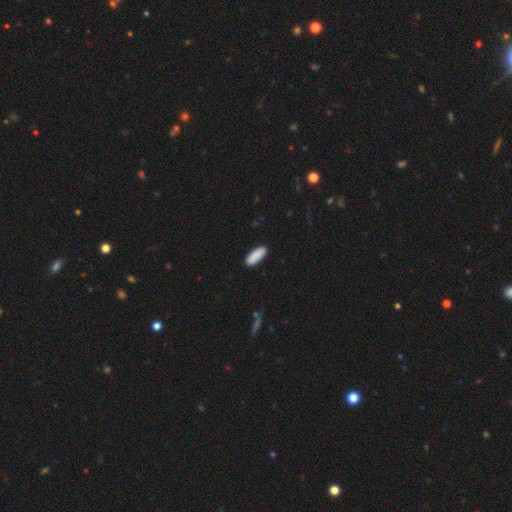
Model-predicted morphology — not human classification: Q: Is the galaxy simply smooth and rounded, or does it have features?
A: smooth — 90%.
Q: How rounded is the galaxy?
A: in between — 70%.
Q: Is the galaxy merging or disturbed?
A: none — 88%.